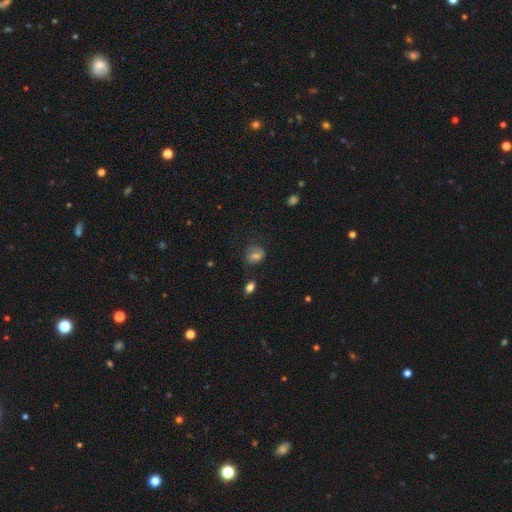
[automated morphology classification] This appears to be a smooth galaxy with no disk features (60%) that is in between round and cigar-shaped (55%). Merging: none (55%).